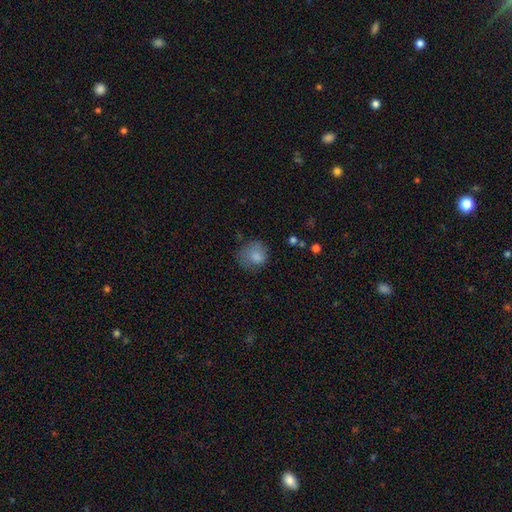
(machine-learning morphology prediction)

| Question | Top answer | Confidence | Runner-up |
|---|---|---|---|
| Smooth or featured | smooth | 80% | featured or disk (11%) |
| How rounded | round | 70% | in between (29%) |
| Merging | none | 49% | minor disturbance (30%) |